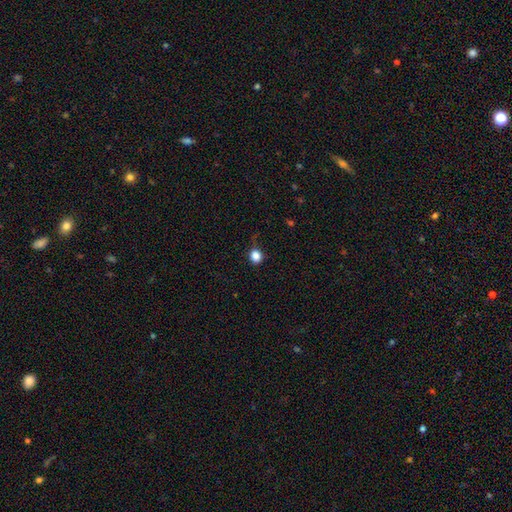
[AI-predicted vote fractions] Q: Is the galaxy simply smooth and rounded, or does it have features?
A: smooth — 85%.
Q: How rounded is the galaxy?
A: round — 75%.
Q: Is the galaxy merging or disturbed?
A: none — 73%.